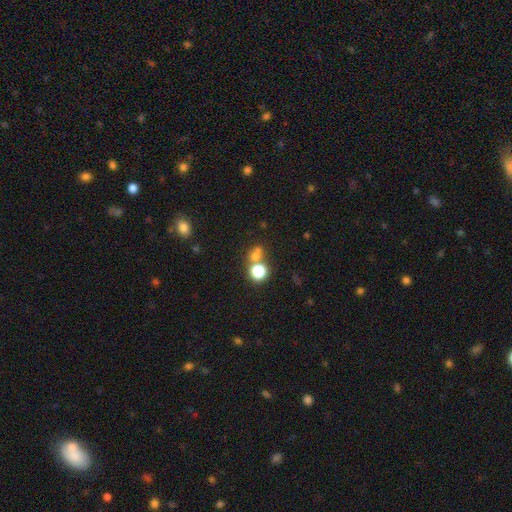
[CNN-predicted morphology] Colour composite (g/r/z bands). It shows a smooth galaxy with no disk features (63%) that is round (76%). Merging: none (50%).